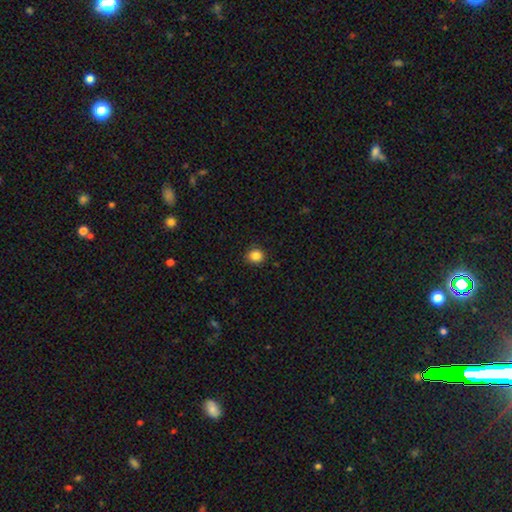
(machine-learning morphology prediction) smooth 85%, star or artifact 11%, featured or disk 4%. Down the decision tree: how rounded — round (82%); merging — none (89%).